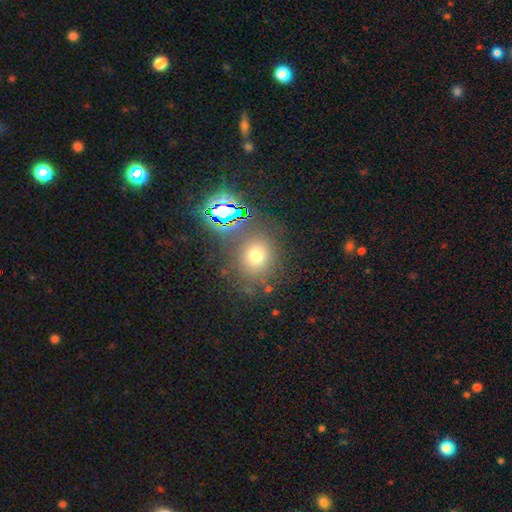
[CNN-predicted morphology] Overall: smooth (65%; star or artifact 25%). How rounded: round (81%). Merging: none (77%).